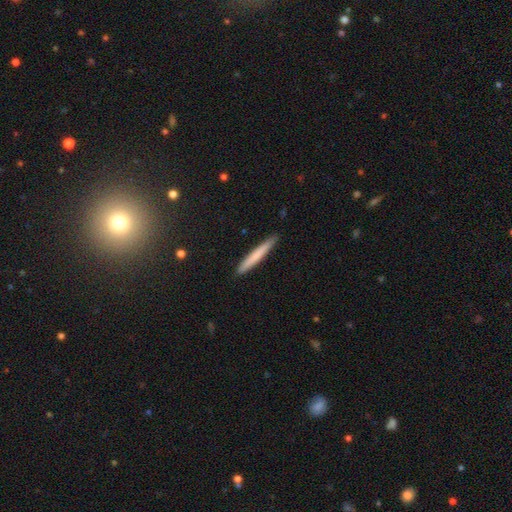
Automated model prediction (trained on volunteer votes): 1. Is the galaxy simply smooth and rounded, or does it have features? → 70% smooth, 24% featured or disk, 6% star or artifact.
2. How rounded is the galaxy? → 97% cigar-shaped, 2% in between, 1% round.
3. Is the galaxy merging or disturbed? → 91% none, 7% minor disturbance, 1% major disturbance, 1% merger.